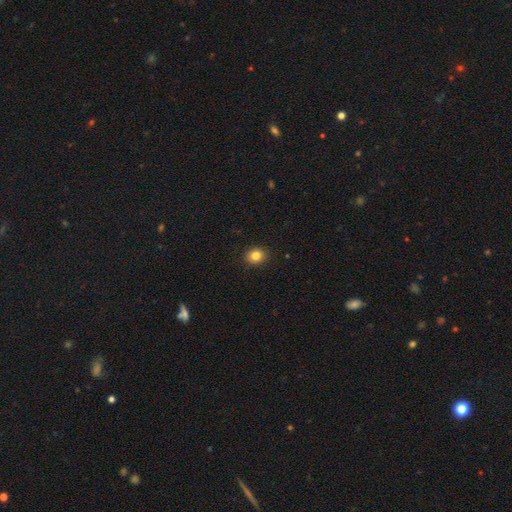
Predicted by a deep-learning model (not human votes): Smooth or featured? smooth (83%)
How rounded? round (72%)
Merging? none (91%)